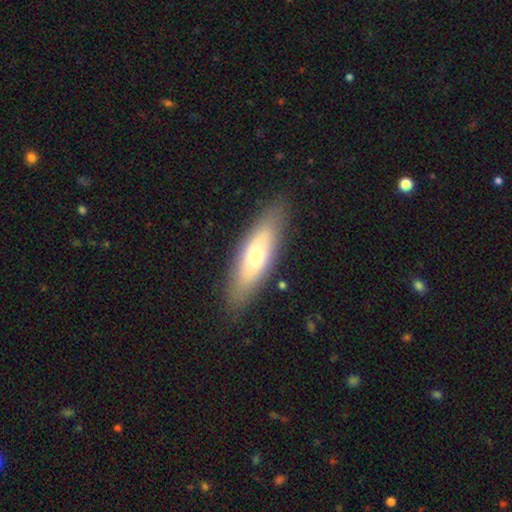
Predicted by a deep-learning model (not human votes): This is possibly a smooth galaxy (58%). How rounded: possibly cigar-shaped (49%). Merging: clearly none (86%).